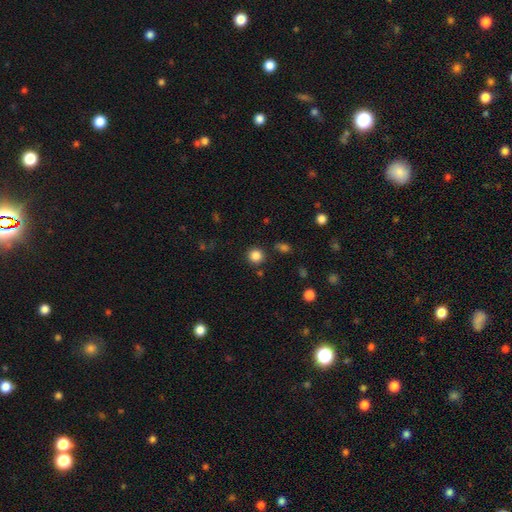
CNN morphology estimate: Smooth or featured? Predicted: smooth (p=0.84). How rounded? Predicted: round (p=0.93). Merging? Predicted: none (p=0.87).